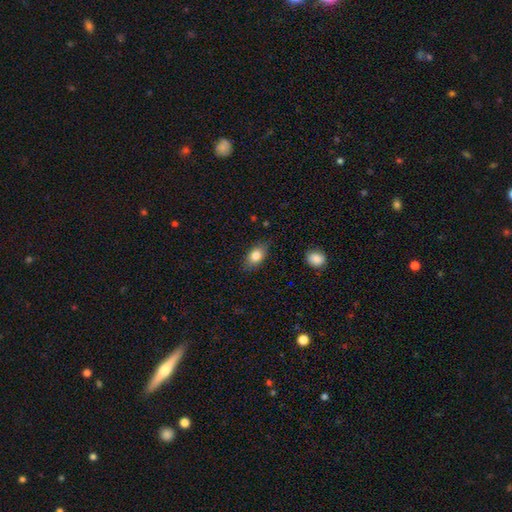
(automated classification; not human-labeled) Smooth or featured? Predicted: smooth (p=0.81). How rounded? Predicted: in between (p=0.86). Merging? Predicted: none (p=0.81).